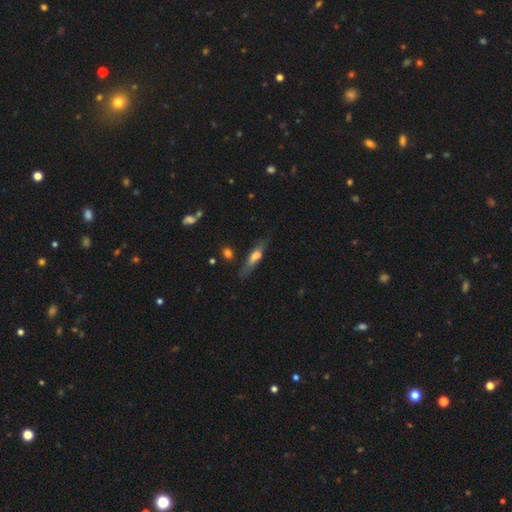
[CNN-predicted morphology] Overall: smooth (52%; featured or disk 40%). How rounded: cigar-shaped (76%). Merging: none (69%).